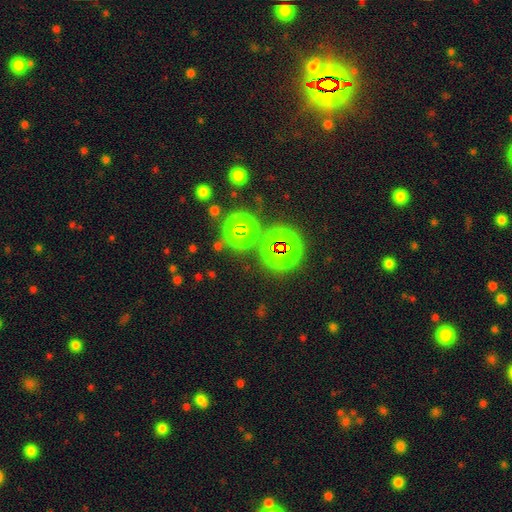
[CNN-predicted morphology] Smooth or featured?
  - star or artifact: 74% *
  - smooth: 18%
  - featured or disk: 9%